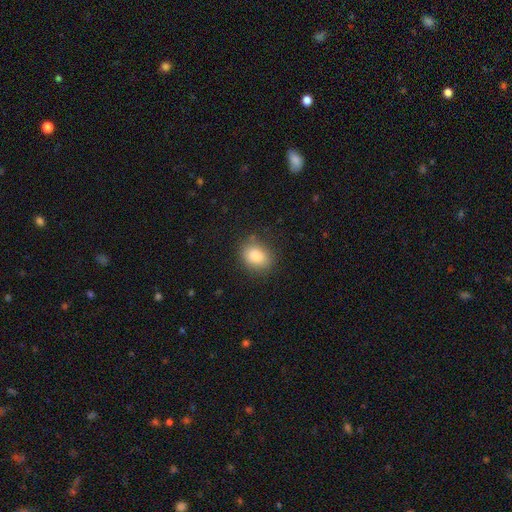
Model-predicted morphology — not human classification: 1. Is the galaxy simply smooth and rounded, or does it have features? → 82% smooth, 9% star or artifact, 9% featured or disk.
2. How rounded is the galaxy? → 54% in between, 45% round, 1% cigar-shaped.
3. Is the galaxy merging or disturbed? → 81% none, 14% minor disturbance, 4% major disturbance, 1% merger.